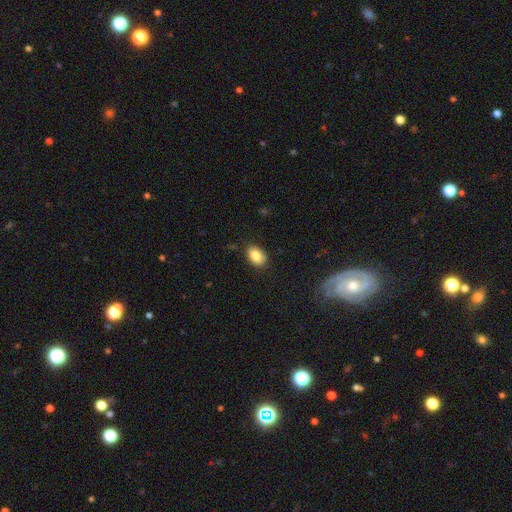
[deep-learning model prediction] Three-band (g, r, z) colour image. It shows a smooth galaxy with no disk features (86%) that is in between round and cigar-shaped (85%). Merging: none (84%).